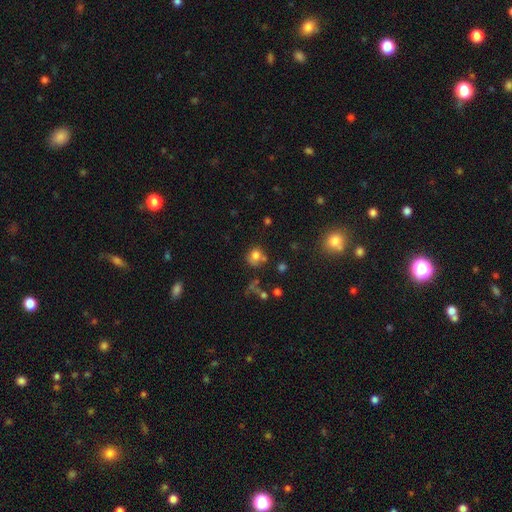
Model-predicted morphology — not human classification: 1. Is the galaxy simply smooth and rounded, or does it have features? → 75% smooth, 15% star or artifact, 10% featured or disk.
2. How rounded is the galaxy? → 76% round, 23% in between, 1% cigar-shaped.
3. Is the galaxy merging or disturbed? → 59% none, 19% merger, 15% minor disturbance, 7% major disturbance.